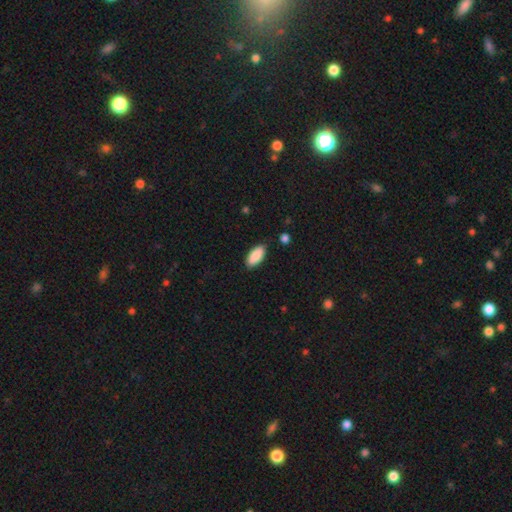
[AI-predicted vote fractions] A smooth galaxy with no disk features (89%) that is in between round and cigar-shaped (91%). Merging: none (84%).